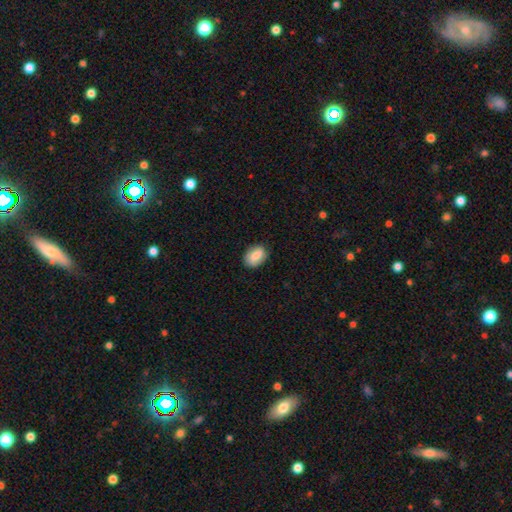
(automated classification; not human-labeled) The model was most divided on "how rounded": in between: 78%, round: 21%, cigar-shaped: 1%. More confident: smooth or featured — smooth (82%); merging — none (81%).